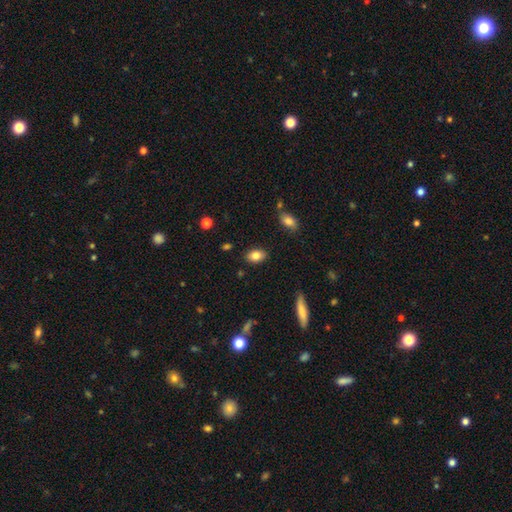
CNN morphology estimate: smooth 83%, featured or disk 9%, star or artifact 8%. Down the decision tree: how rounded — in between (85%); merging — none (87%).